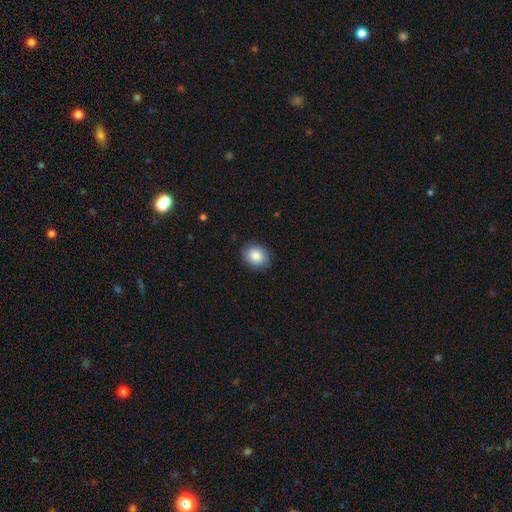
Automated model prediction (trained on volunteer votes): Overall: smooth (84%). How rounded: round (54%; in between 45%). Merging: none (85%).